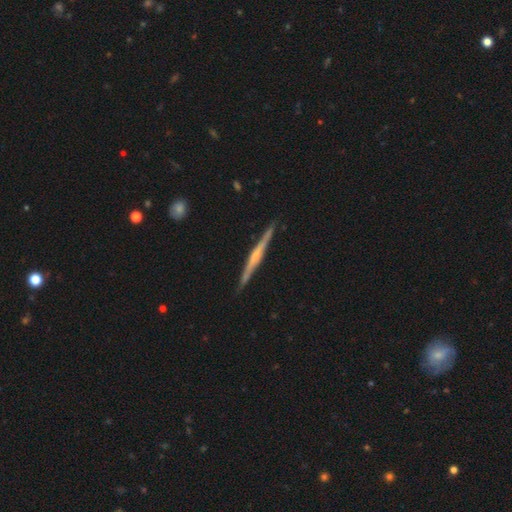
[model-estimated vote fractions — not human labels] The model was most divided on "edge-on bulge": rounded: 46%, none: 31%, boxy: 22%. More confident: edge-on disk — yes (98%); merging — none (89%); smooth or featured — featured or disk (74%).